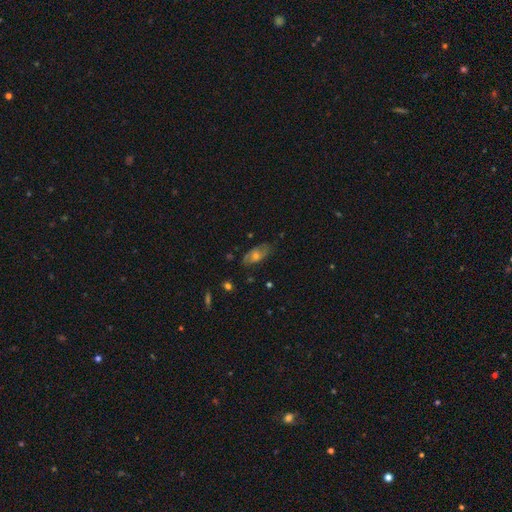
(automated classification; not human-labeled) This appears to be a featured or disk galaxy (50%). Merging: none (72%).